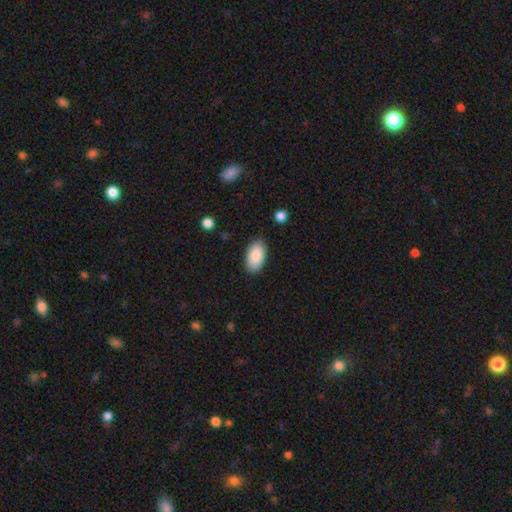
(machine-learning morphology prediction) smooth 87%, featured or disk 7%, star or artifact 6%. Down the decision tree: how rounded — in between (96%); merging — none (85%).